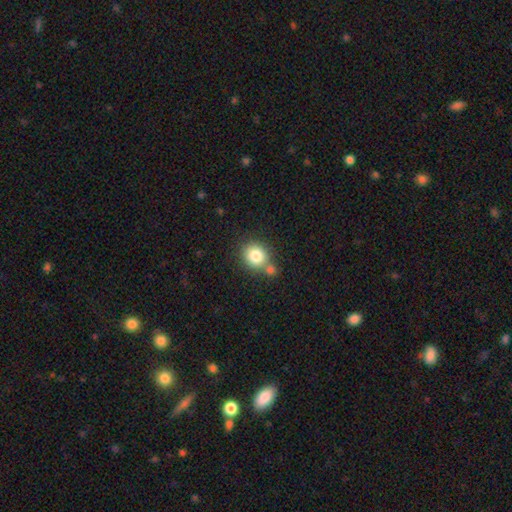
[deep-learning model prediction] smooth_or_featured: smooth (p=0.81) [alt: star or artifact p=0.10]
how_rounded: round (p=0.81) [alt: in between p=0.18]
merging: none (p=0.56) [alt: merger p=0.30]